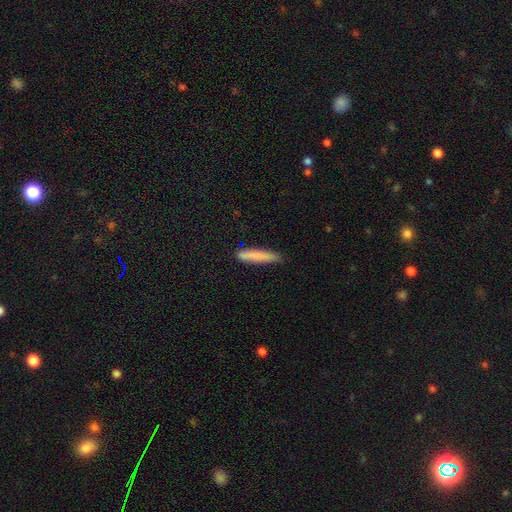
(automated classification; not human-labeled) This appears to be a smooth galaxy with no disk features (83%) that is cigar-shaped (93%). Merging: none (84%).